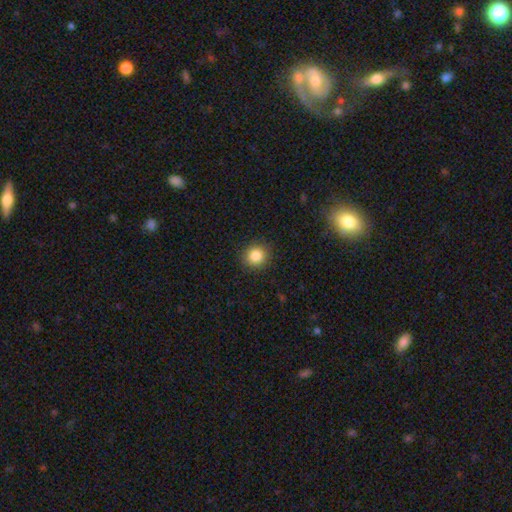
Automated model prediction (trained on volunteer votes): Smooth or featured?
  - smooth: 85% *
  - star or artifact: 10%
  - featured or disk: 4%
How rounded?
  - round: 90% *
  - in between: 10%
  - cigar-shaped: 1%
Merging?
  - none: 90% *
  - minor disturbance: 7%
  - major disturbance: 2%
  - merger: 1%